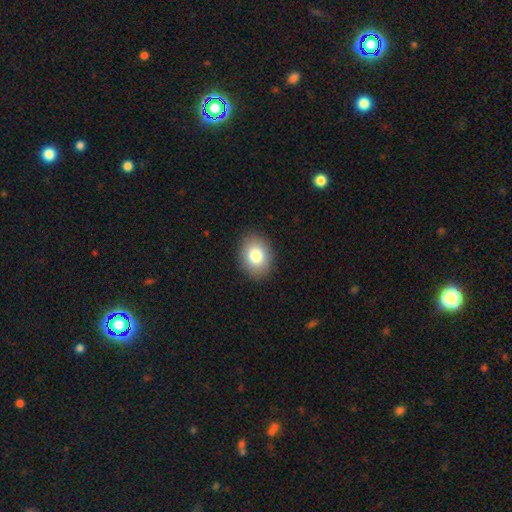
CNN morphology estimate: Overall: smooth (81%). How rounded: in between (58%; round 41%). Merging: none (89%).